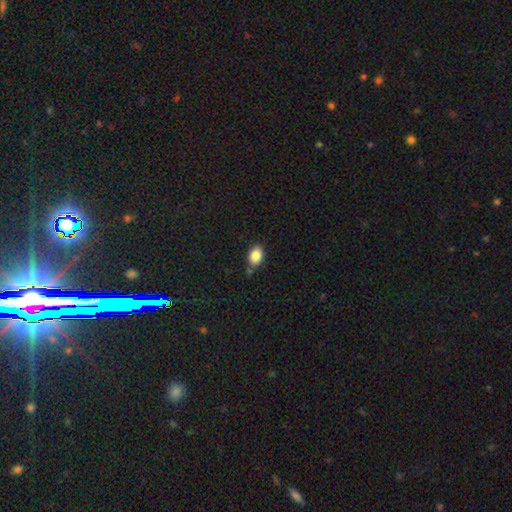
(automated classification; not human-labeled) The model was most divided on "how rounded": in between: 76%, round: 23%, cigar-shaped: 1%. More confident: smooth or featured — smooth (86%); merging — none (74%).